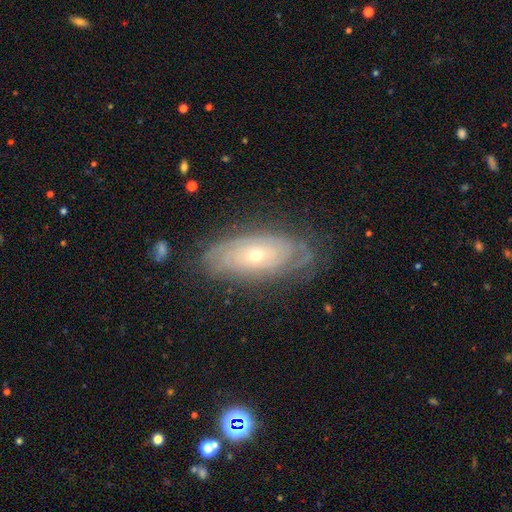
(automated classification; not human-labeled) smooth-or-featured: featured or disk: 75% | smooth: 18% | star or artifact: 7%
  disk-edge-on: no: 88% | yes: 12%
    bar: no: 83% | weak: 13% | strong: 4%
    has-spiral-arms: yes: 80% | no: 20%
      spiral-winding: tight: 80% | medium: 15% | loose: 5%
      spiral-arm-count: can't tell: 63% | 2: 15% | 3: 7% | 4: 6% | more than 4: 5% | 1: 4%
    bulge-size: small: 63% | moderate: 34% | large: 1% | dominant: 1% | none: 1%
  merging: none: 76% | minor disturbance: 17% | major disturbance: 6% | merger: 1%